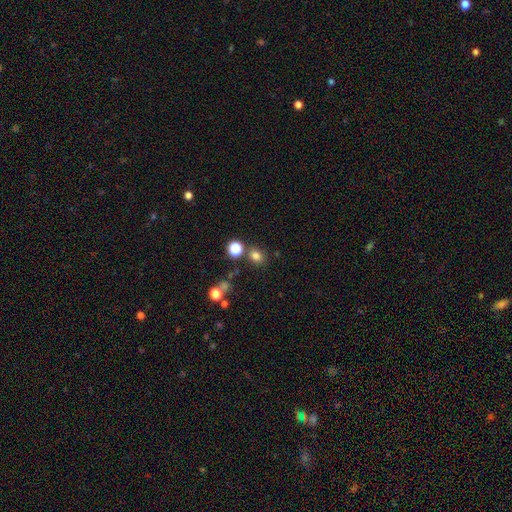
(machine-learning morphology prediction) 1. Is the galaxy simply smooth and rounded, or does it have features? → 78% smooth, 16% star or artifact, 6% featured or disk.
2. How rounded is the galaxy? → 67% round, 32% in between, 1% cigar-shaped.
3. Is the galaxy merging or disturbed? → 77% none, 10% minor disturbance, 10% merger, 4% major disturbance.